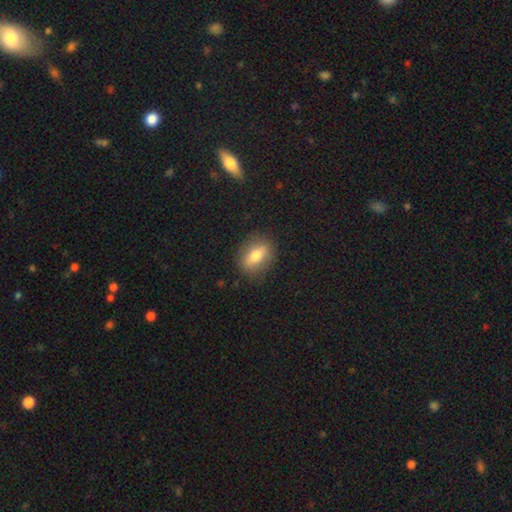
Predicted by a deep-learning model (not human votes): This is likely a smooth galaxy (64%). How rounded: likely in between (70%). Merging: clearly none (84%).